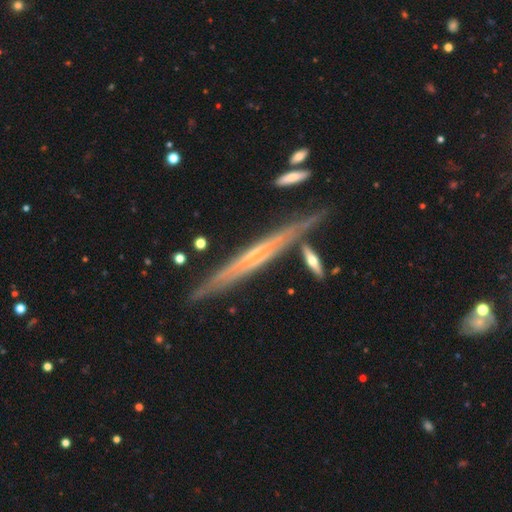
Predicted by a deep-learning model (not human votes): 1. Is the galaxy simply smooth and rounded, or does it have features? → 70% featured or disk, 22% smooth, 7% star or artifact.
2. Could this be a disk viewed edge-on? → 92% yes, 8% no.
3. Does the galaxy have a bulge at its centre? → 69% none, 26% rounded, 6% boxy.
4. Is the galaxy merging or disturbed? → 81% none, 11% minor disturbance, 6% merger, 3% major disturbance.